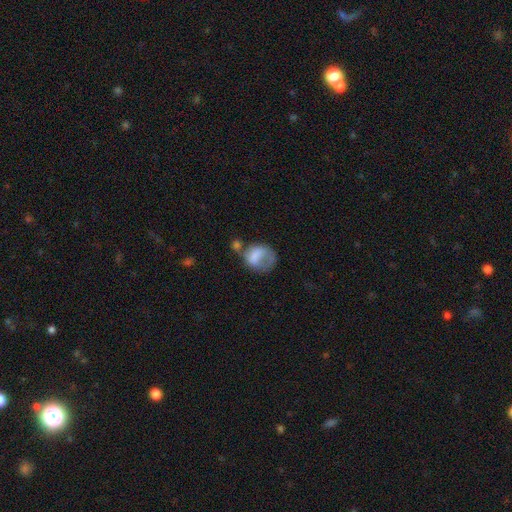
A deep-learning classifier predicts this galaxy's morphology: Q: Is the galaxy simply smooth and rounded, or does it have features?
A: smooth — 67%.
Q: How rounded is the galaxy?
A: round — 51%.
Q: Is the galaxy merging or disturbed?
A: major disturbance — 36%.